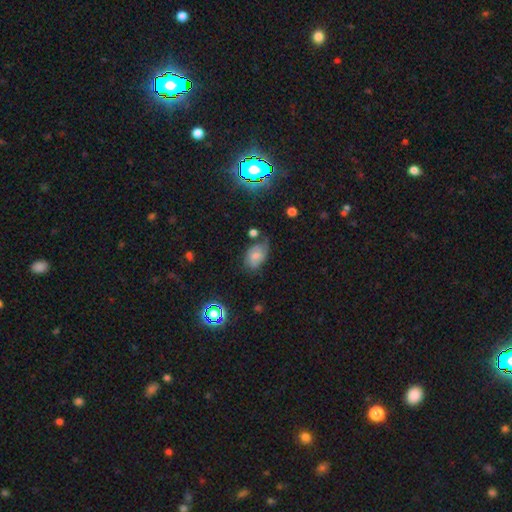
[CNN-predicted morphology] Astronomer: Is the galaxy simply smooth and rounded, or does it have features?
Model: smooth — 54% (runner-up: featured or disk, 31%).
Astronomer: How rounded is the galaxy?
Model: in between — 82%.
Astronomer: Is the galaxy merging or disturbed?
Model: none — 44% (runner-up: minor disturbance, 35%).